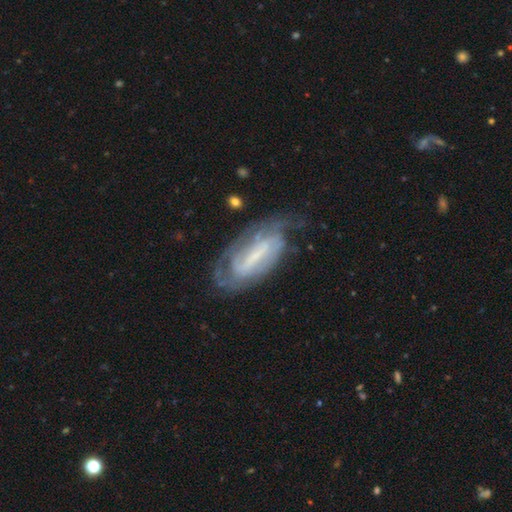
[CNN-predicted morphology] A featured or disk galaxy (78%) with a strong bar (50%), 2 (44%) tight (55%) spiral arms (86%) and a small central bulge (49%).

Vote fractions:
- Smooth or featured? featured or disk: 78% / smooth: 15% / star or artifact: 7%
- Edge-on disk? no: 92% / yes: 8%
- Bar? strong: 50% / weak: 35% / no: 15%
- Spiral arms? yes: 86% / no: 14%
- Spiral winding? tight: 55% / medium: 34% / loose: 11%
- Spiral arm count? 2: 44% / can't tell: 37% / 3: 8% / 1: 5% / 4: 3% / more than 4: 3%
- Bulge size? small: 49% / none: 25% / moderate: 21% / large: 5% / dominant: 1%
- Merging? none: 60% / minor disturbance: 23% / major disturbance: 14% / merger: 2%